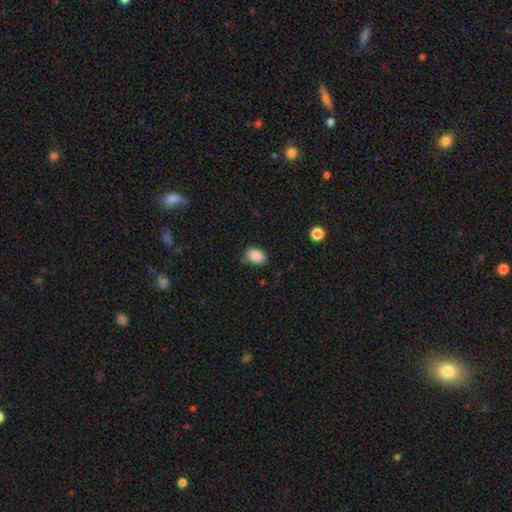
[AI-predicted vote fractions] smooth 87%, star or artifact 9%, featured or disk 4%. Down the decision tree: how rounded — in between (78%); merging — none (67%).